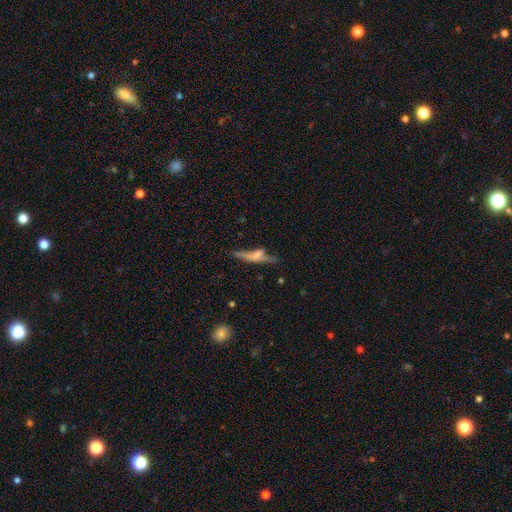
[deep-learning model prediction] Smooth or featured: featured or disk — 48% (smooth — 43%)
Merging: none — 46% (minor disturbance — 23%)